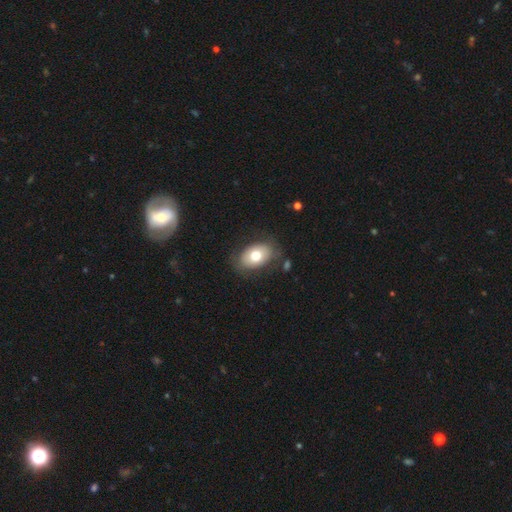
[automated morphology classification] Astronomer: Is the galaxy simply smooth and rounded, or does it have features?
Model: smooth — 71%.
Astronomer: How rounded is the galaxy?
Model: in between — 84%.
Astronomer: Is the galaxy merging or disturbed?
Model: none — 77%.